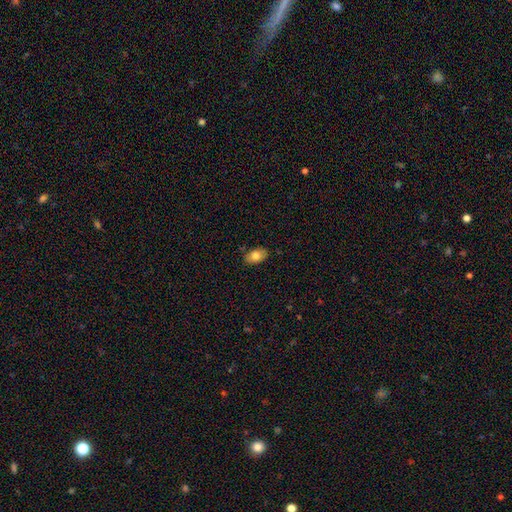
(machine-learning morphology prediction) Q: Smooth or featured?
A: smooth (78%); runner-up: featured or disk (14%)
Q: How rounded?
A: in between (91%); runner-up: round (7%)
Q: Merging?
A: none (84%); runner-up: minor disturbance (12%)